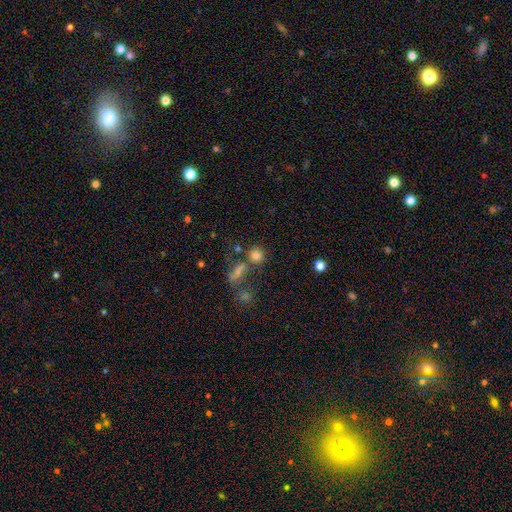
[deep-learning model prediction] Smooth or featured: smooth — 79% (star or artifact — 14%)
How rounded: round — 86% (in between — 12%)
Merging: none — 63% (merger — 20%)